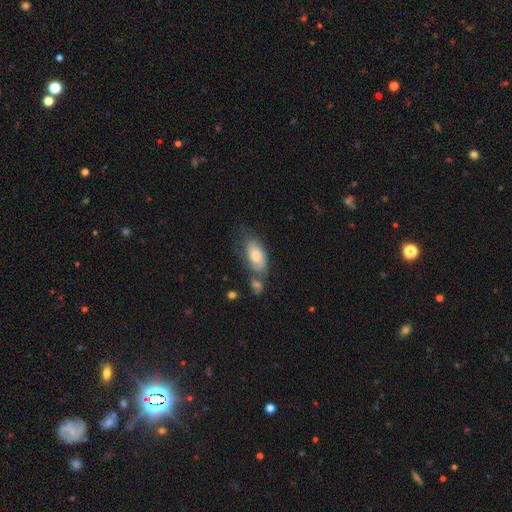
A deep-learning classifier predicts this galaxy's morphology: smooth 67%, featured or disk 25%, star or artifact 7%. Down the decision tree: how rounded — in between (89%); merging — none (45%).